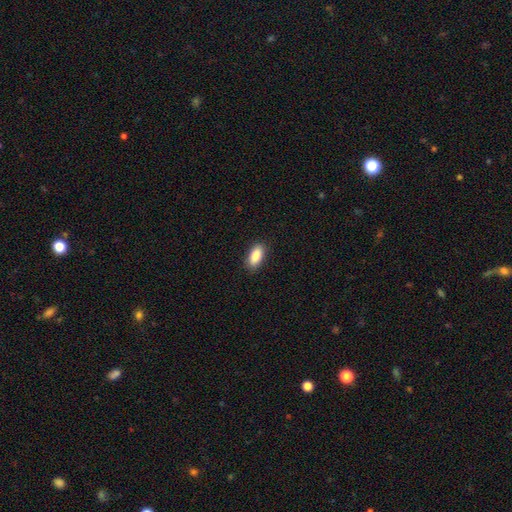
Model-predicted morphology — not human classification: smooth_or_featured: smooth (p=0.88) [alt: star or artifact p=0.07]
how_rounded: in between (p=0.89) [alt: cigar-shaped p=0.08]
merging: none (p=0.89) [alt: minor disturbance p=0.08]